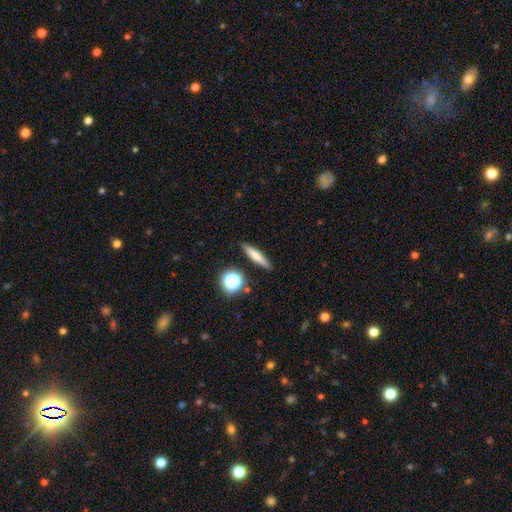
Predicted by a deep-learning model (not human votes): Smooth or featured? Predicted: smooth (p=0.66). How rounded? Predicted: cigar-shaped (p=0.83). Merging? Predicted: none (p=0.87).